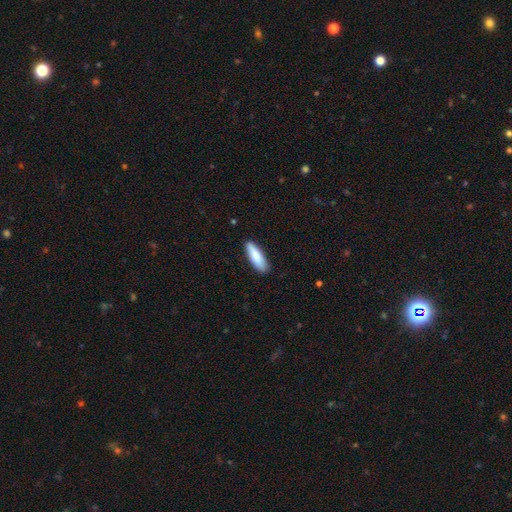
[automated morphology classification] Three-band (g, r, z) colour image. It shows a smooth galaxy with no disk features (79%) that is cigar-shaped (56%). Merging: none (86%).